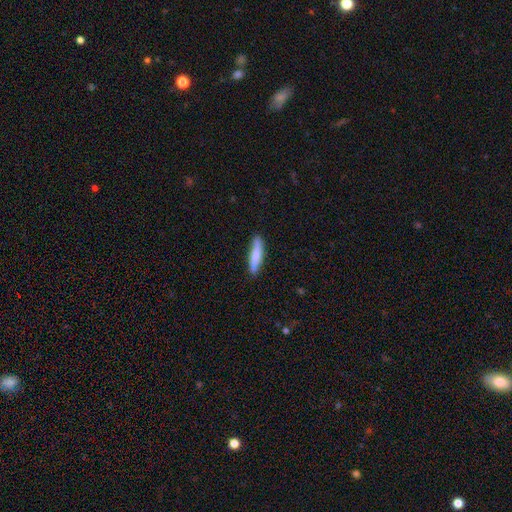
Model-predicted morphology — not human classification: Q: Smooth or featured?
A: smooth (75%); runner-up: featured or disk (19%)
Q: How rounded?
A: cigar-shaped (84%); runner-up: in between (15%)
Q: Merging?
A: none (83%); runner-up: minor disturbance (14%)